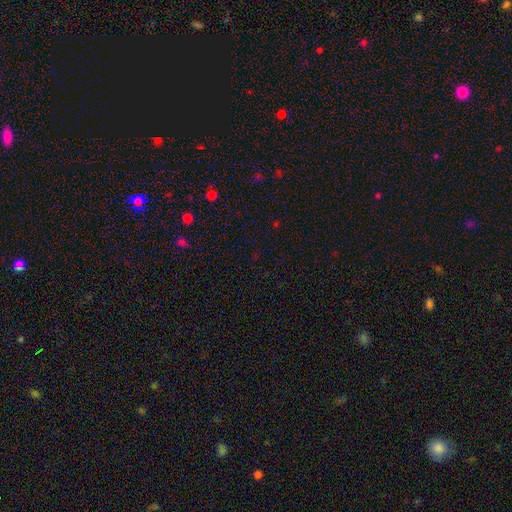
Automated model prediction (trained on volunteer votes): Overall: star or artifact (69%).